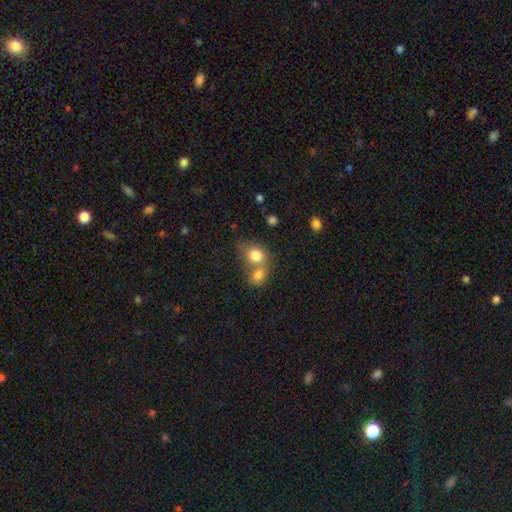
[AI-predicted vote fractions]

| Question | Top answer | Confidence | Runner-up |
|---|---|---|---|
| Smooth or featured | smooth | 81% | featured or disk (10%) |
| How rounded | round | 62% | in between (37%) |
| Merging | merger | 58% | none (29%) |